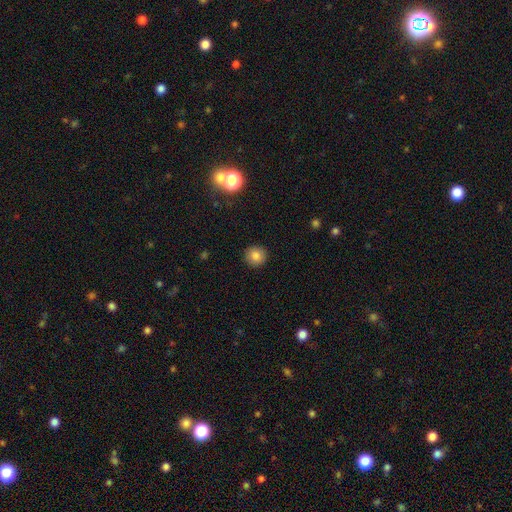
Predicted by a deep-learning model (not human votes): Smooth or featured? smooth (83%)
How rounded? round (94%)
Merging? none (92%)